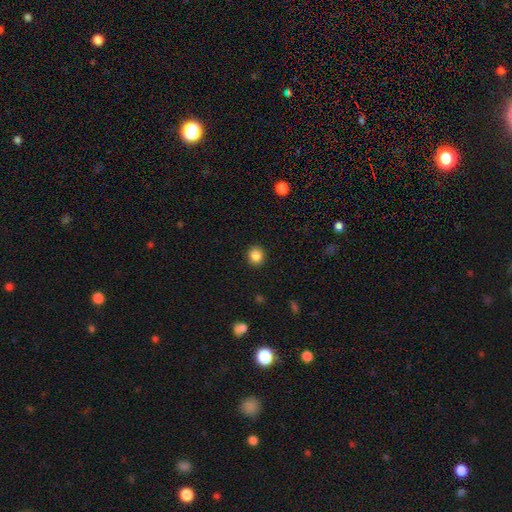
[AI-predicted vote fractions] Smooth or featured? smooth (86%)
How rounded? round (85%)
Merging? none (91%)